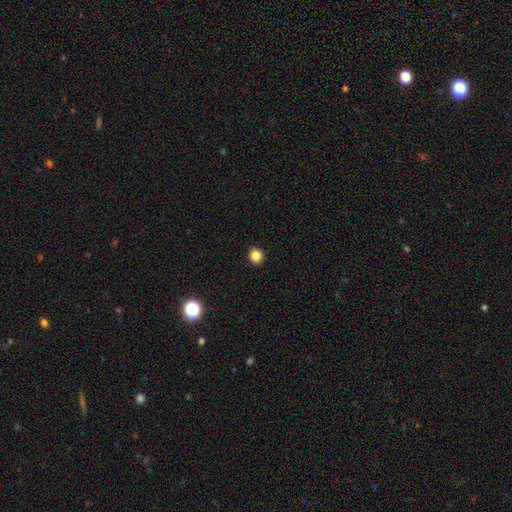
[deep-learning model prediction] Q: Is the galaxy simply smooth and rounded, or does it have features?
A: smooth — 85%.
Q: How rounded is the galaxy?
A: round — 88%.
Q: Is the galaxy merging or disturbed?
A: none — 93%.